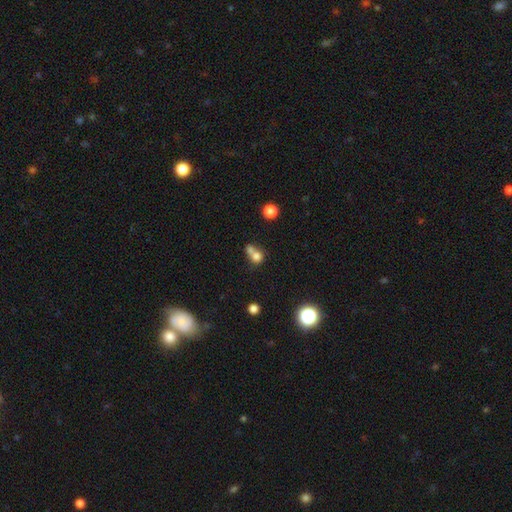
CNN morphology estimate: Smooth or featured?
  - smooth: 73% *
  - featured or disk: 14%
  - star or artifact: 14%
How rounded?
  - round: 75% *
  - in between: 24%
  - cigar-shaped: 1%
Merging?
  - merger: 61% *
  - none: 28%
  - minor disturbance: 7%
  - major disturbance: 4%